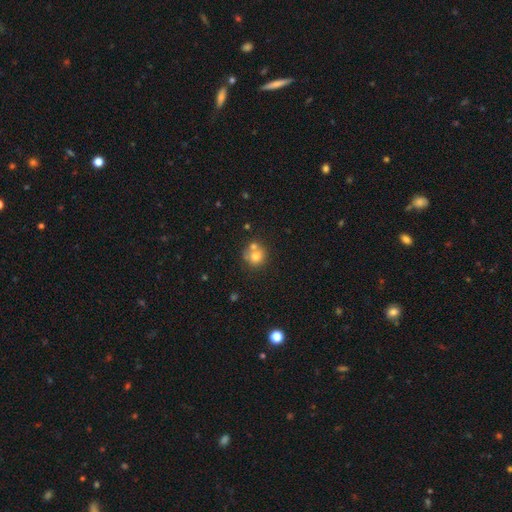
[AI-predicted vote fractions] Smooth or featured: smooth — 72% (featured or disk — 16%)
How rounded: round — 86% (in between — 13%)
Merging: none — 51% (merger — 35%)